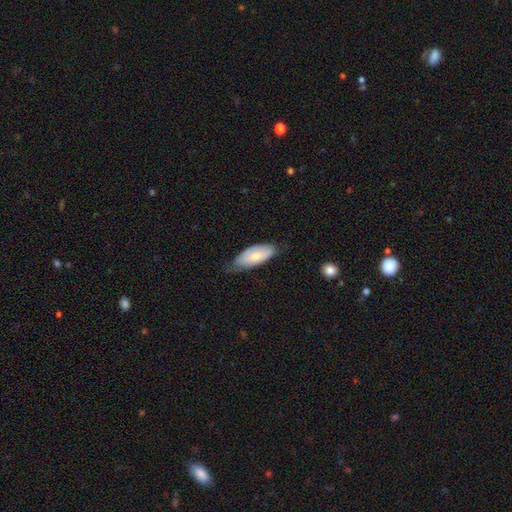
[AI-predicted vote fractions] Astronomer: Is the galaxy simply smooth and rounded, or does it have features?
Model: smooth — 71%.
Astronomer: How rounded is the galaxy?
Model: in between — 85%.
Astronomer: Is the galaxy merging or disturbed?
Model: none — 47% (runner-up: minor disturbance, 41%).